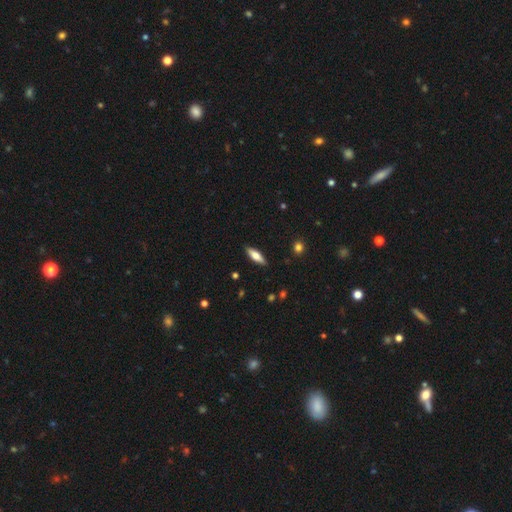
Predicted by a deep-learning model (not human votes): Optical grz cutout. It shows a smooth galaxy with no disk features (58%) that is cigar-shaped (50%). Merging: none (88%).